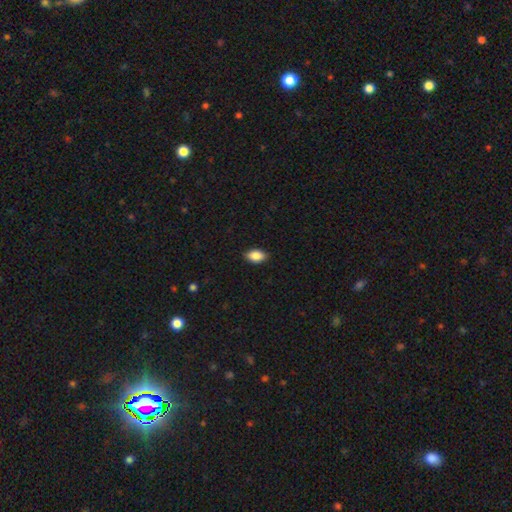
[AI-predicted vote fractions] Smooth or featured: smooth — 86% (star or artifact — 7%)
How rounded: in between — 90% (round — 7%)
Merging: none — 86% (minor disturbance — 11%)